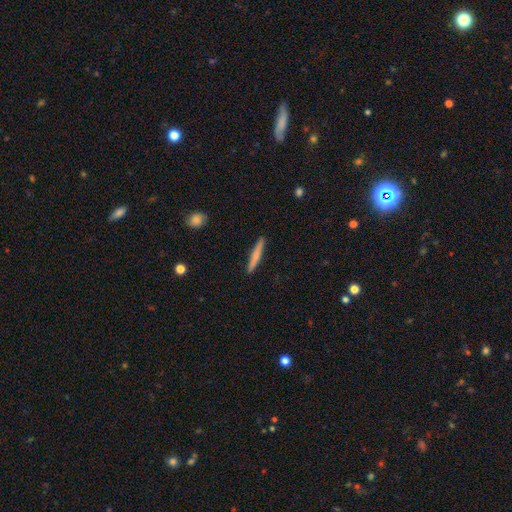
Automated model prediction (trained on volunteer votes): A smooth galaxy with no disk features (63%) that is cigar-shaped (95%).

Vote fractions:
- Smooth or featured? smooth: 63% / featured or disk: 32% / star or artifact: 6%
- How rounded? cigar-shaped: 95% / in between: 4% / round: 2%
- Merging? none: 91% / minor disturbance: 6% / major disturbance: 1% / merger: 1%